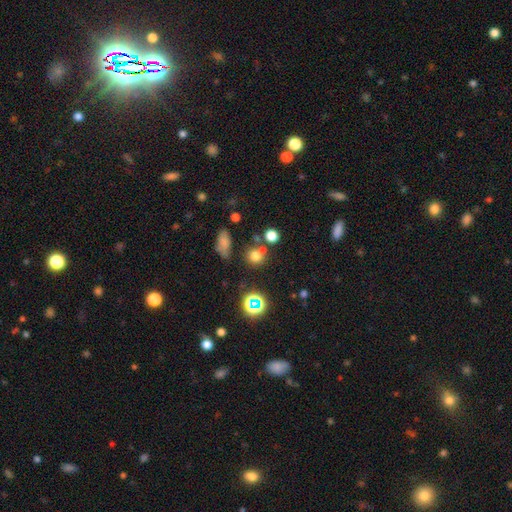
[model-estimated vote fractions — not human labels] The model was most divided on "merging": none: 64%, merger: 18%, minor disturbance: 12%, major disturbance: 5%. More confident: how rounded — round (82%); smooth or featured — smooth (70%).